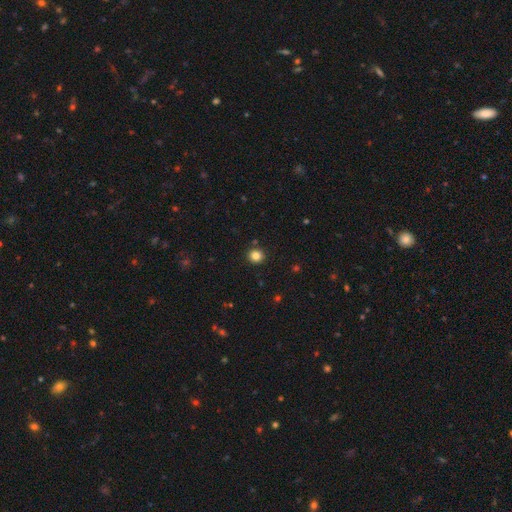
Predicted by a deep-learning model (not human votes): Overall: smooth (83%). How rounded: round (93%). Merging: none (91%).